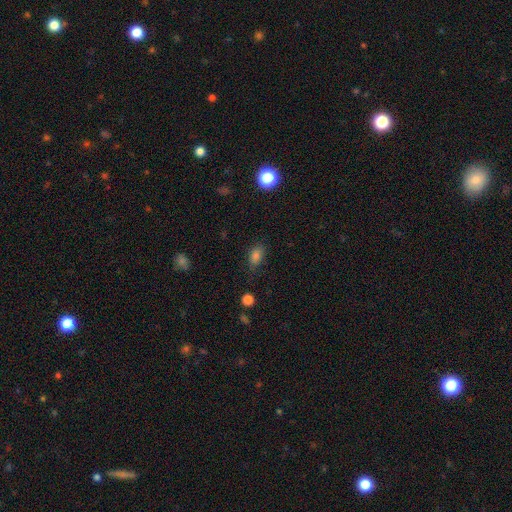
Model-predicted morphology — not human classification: Q: Smooth or featured?
A: smooth (80%); runner-up: star or artifact (13%)
Q: How rounded?
A: in between (84%); runner-up: round (14%)
Q: Merging?
A: none (75%); runner-up: minor disturbance (18%)